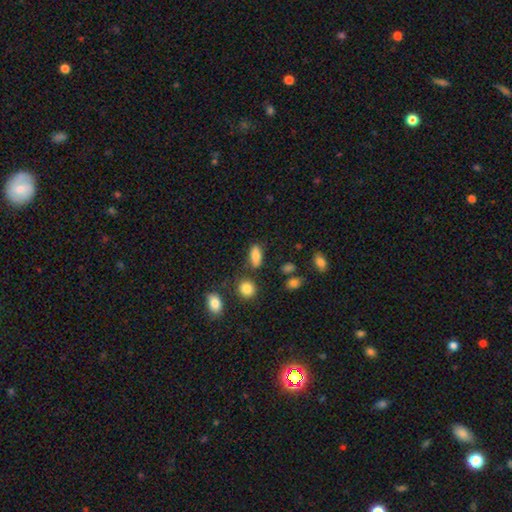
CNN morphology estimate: This is clearly a smooth galaxy (81%). How rounded: likely in between (78%). Merging: likely none (78%).